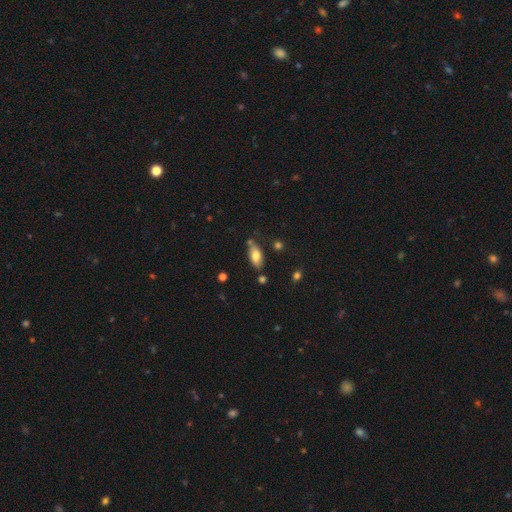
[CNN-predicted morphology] type=smooth (76%); roundness=in between (85%); merging=none (69%).